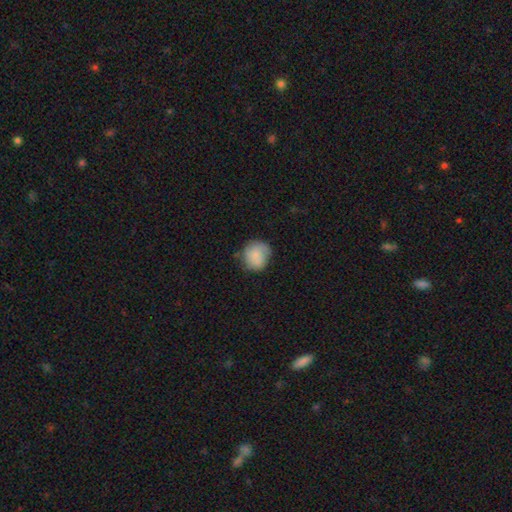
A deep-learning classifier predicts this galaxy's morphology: A smooth galaxy with no disk features (71%) that is round (82%).

Vote fractions:
- Smooth or featured? smooth: 71% / featured or disk: 22% / star or artifact: 7%
- How rounded? round: 82% / in between: 17% / cigar-shaped: 1%
- Merging? none: 66% / minor disturbance: 25% / major disturbance: 8% / merger: 2%